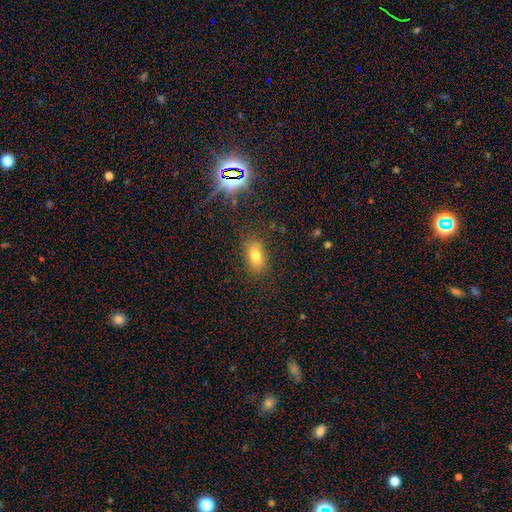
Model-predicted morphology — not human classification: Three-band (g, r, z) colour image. It shows a smooth galaxy with no disk features (68%) that is in between round and cigar-shaped (84%). Merging: none (82%).